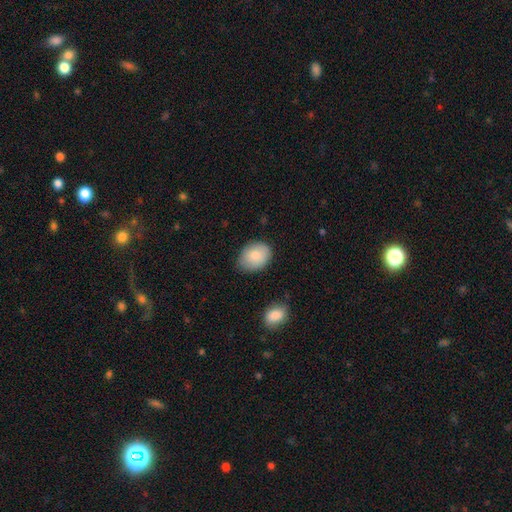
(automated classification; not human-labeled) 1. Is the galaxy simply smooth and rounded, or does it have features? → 84% smooth, 10% featured or disk, 6% star or artifact.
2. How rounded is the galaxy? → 68% in between, 31% round, 1% cigar-shaped.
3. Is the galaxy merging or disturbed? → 78% none, 17% minor disturbance, 3% major disturbance, 2% merger.